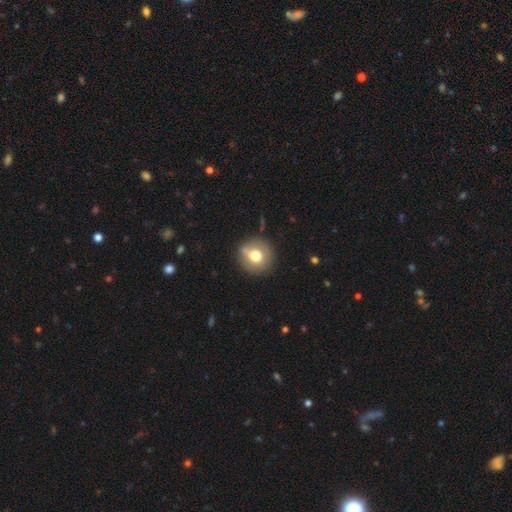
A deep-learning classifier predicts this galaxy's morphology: smooth-or-featured: smooth: 71% | featured or disk: 20% | star or artifact: 9%
  how-rounded: round: 91% | in between: 8% | cigar-shaped: 1%
  merging: none: 78% | minor disturbance: 14% | merger: 4% | major disturbance: 4%